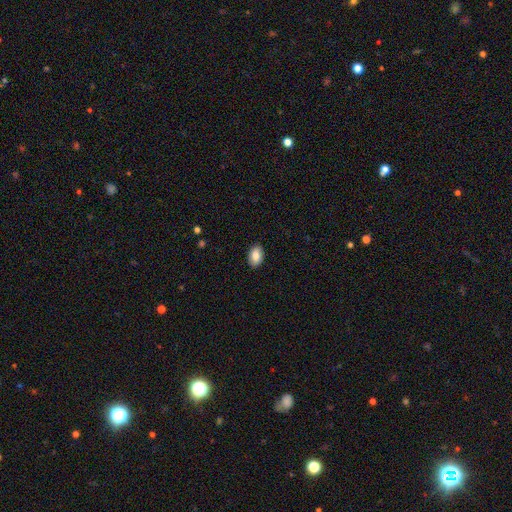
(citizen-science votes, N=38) Morphology: type=smooth (87%); roundness=in between (85%); merging=none (92%).